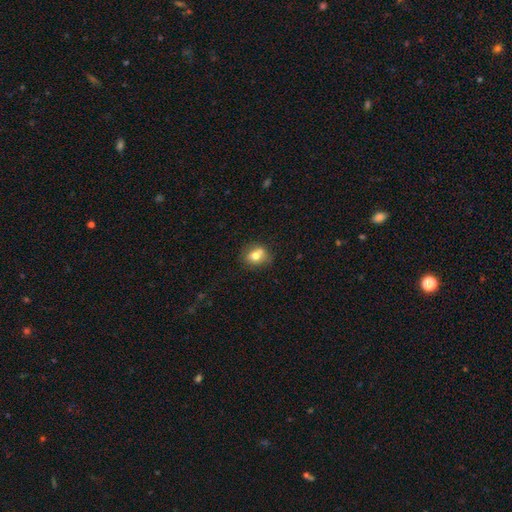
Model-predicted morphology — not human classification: A smooth galaxy with no disk features (72%) that is round (61%). Merging: none (55%).